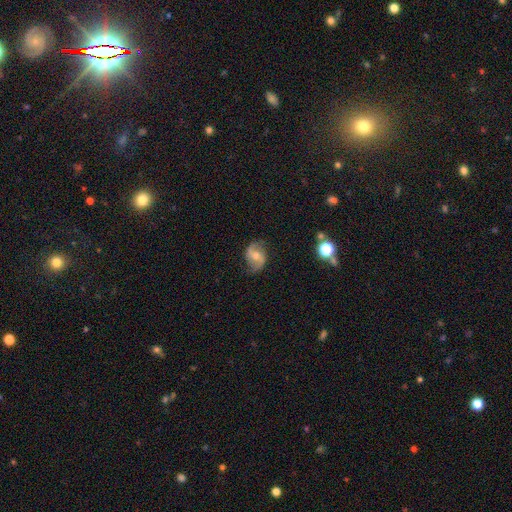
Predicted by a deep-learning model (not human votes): featured or disk 76%, smooth 17%, star or artifact 8%. Down the decision tree: edge-on disk — no (97%); bar — weak (44%); spiral arms — yes (93%); spiral arm count — 2 (91%); spiral winding — loose (45%); bulge size — moderate (65%); merging — none (77%).